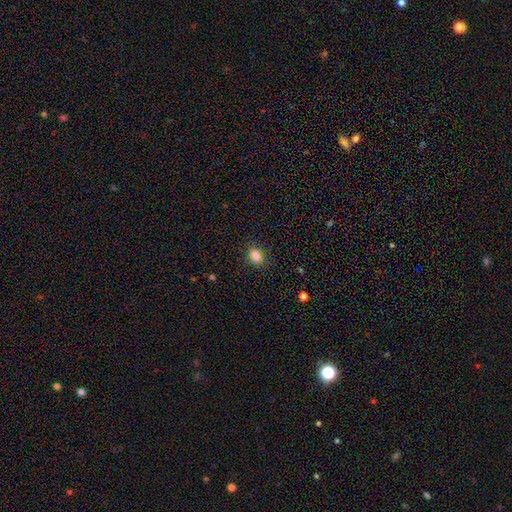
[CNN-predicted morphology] This appears to be a smooth galaxy with no disk features (86%) that is in between round and cigar-shaped (71%). Merging: none (87%).